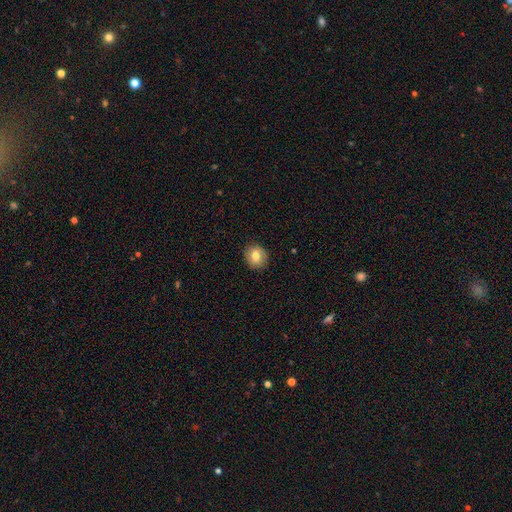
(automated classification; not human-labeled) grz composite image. It shows a smooth galaxy with no disk features (76%) that is round (81%). Merging: none (89%).